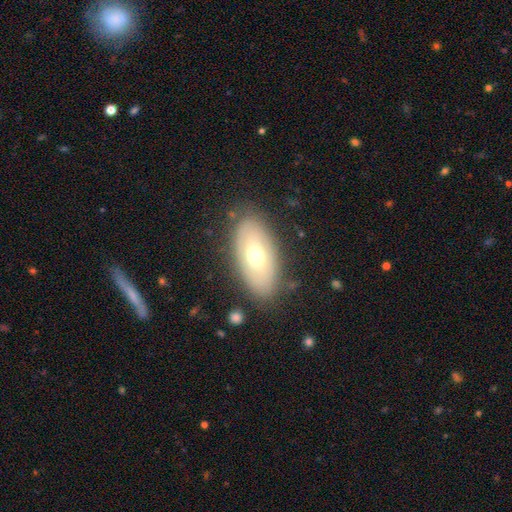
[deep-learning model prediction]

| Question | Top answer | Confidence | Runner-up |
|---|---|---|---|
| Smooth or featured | smooth | 49% | featured or disk (45%) |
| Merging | none | 82% | minor disturbance (13%) |